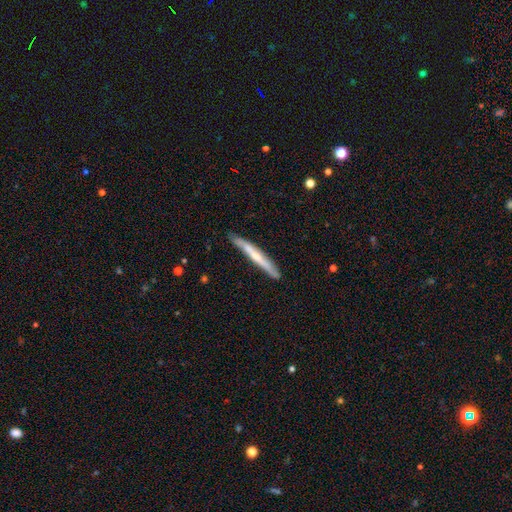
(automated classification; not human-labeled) smooth_or_featured: featured or disk (p=0.51) [alt: smooth p=0.44]
disk_edge_on: yes (p=0.92) [alt: no p=0.08]
merging: none (p=0.84) [alt: minor disturbance p=0.13]